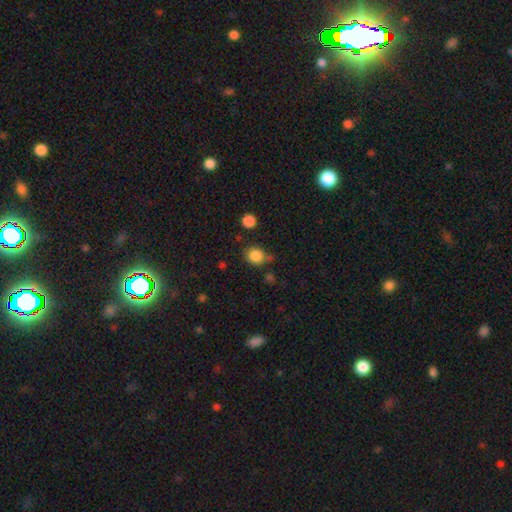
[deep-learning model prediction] smooth 85%, star or artifact 11%, featured or disk 4%. Down the decision tree: how rounded — round (74%); merging — none (69%).